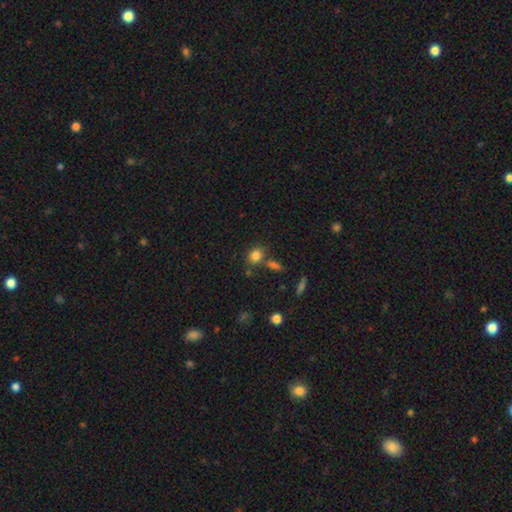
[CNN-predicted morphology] smooth 82%, star or artifact 12%, featured or disk 6%. Down the decision tree: how rounded — round (51%); merging — none (66%).